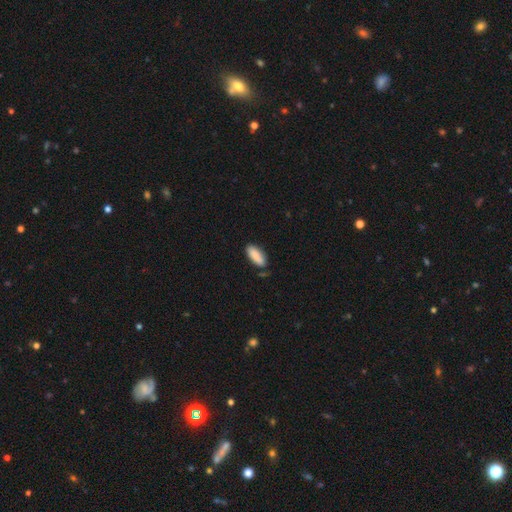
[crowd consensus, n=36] This is clearly a smooth galaxy (92%). How rounded: clearly in between (82%). Merging: clearly none (94%).